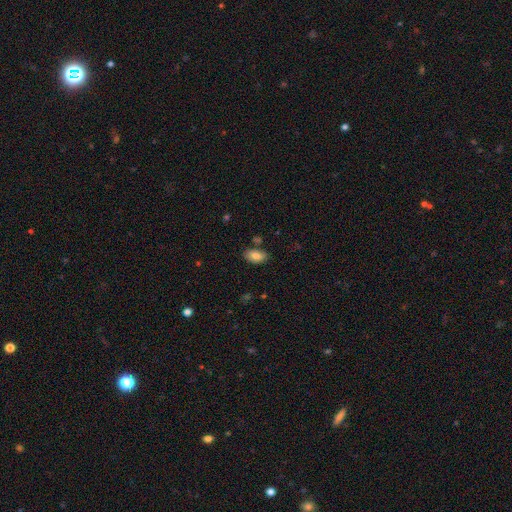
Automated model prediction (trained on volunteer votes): Smooth or featured? Predicted: smooth (p=0.83). How rounded? Predicted: in between (p=0.92). Merging? Predicted: none (p=0.79).